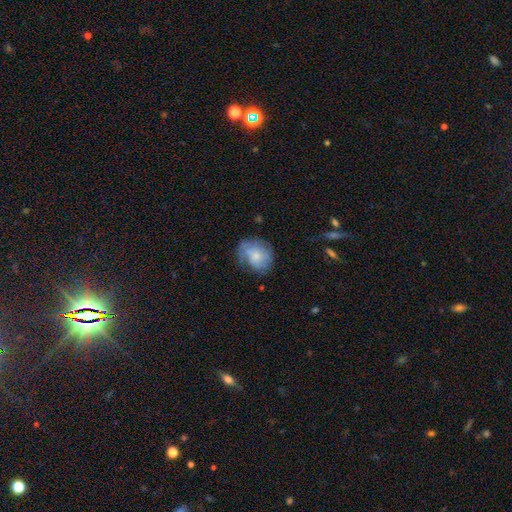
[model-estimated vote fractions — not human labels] Smooth or featured? smooth (52%)
How rounded? round (60%)
Merging? none (57%)